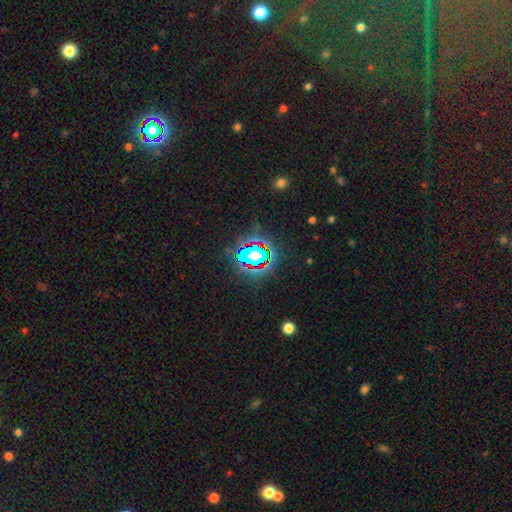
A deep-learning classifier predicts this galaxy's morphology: The model was most divided on "smooth or featured": star or artifact: 63%, smooth: 22%, featured or disk: 15%.